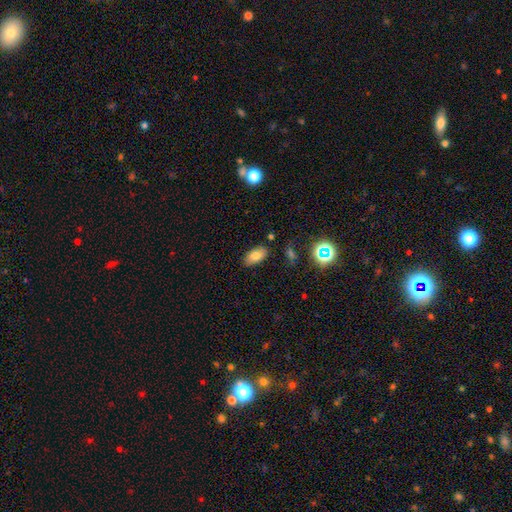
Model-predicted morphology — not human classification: A smooth galaxy with no disk features (77%) that is in between round and cigar-shaped (92%).

Vote fractions:
- Smooth or featured? smooth: 77% / featured or disk: 12% / star or artifact: 11%
- How rounded? in between: 92% / round: 5% / cigar-shaped: 4%
- Merging? none: 83% / minor disturbance: 11% / major disturbance: 3% / merger: 3%